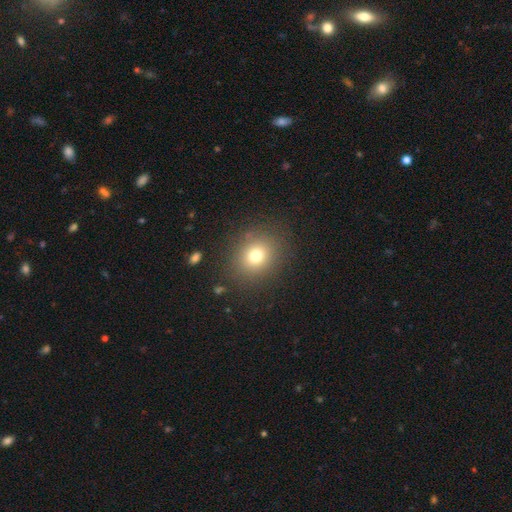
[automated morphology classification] Q: Smooth or featured?
A: smooth (75%); runner-up: star or artifact (14%)
Q: How rounded?
A: round (71%); runner-up: in between (28%)
Q: Merging?
A: none (85%); runner-up: minor disturbance (9%)